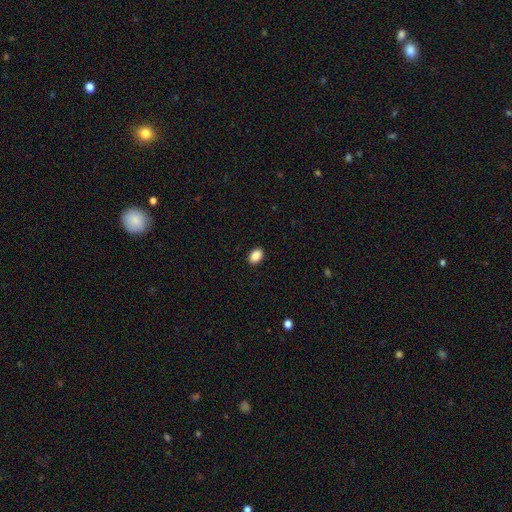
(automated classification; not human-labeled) Overall: smooth (89%). How rounded: in between (81%). Merging: none (91%).